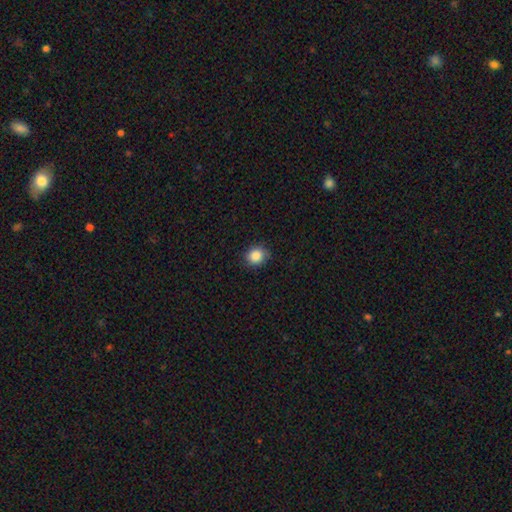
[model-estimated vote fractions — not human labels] A smooth galaxy with no disk features (87%) that is round (77%). Merging: none (84%).